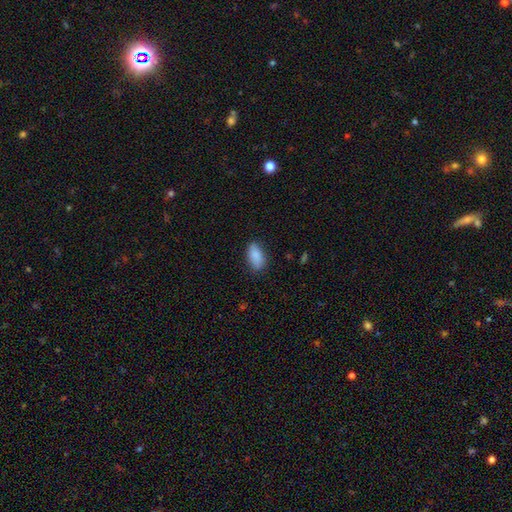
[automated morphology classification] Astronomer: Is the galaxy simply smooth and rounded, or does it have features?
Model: smooth — 88%.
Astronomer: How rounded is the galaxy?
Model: in between — 90%.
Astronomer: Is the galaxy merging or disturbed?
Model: none — 80%.